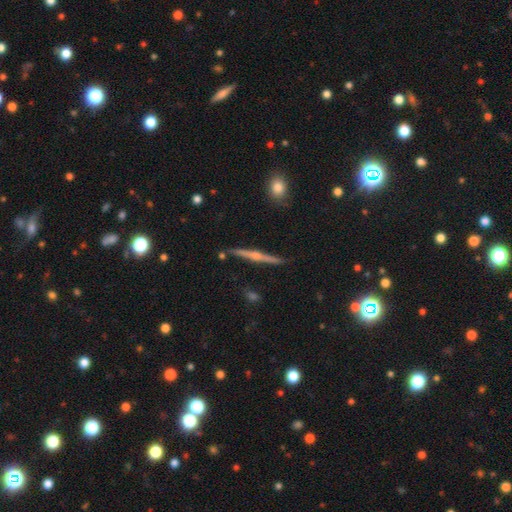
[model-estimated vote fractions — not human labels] featured or disk 77%, smooth 17%, star or artifact 6%. Down the decision tree: edge-on disk — yes (98%); edge-on bulge — rounded (79%); merging — none (89%).